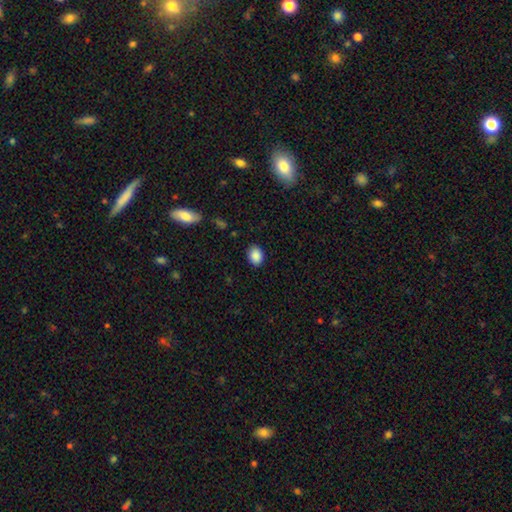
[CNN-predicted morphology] A smooth galaxy with no disk features (89%) that is in between round and cigar-shaped (60%).

Vote fractions:
- Smooth or featured? smooth: 89% / star or artifact: 8% / featured or disk: 3%
- How rounded? in between: 60% / round: 39% / cigar-shaped: 1%
- Merging? none: 88% / minor disturbance: 9% / major disturbance: 2% / merger: 1%